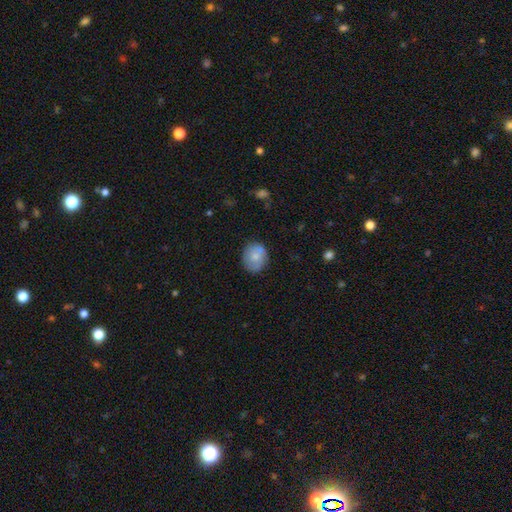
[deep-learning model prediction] Overall: smooth (75%). How rounded: round (60%; in between 39%). Merging: none (73%).